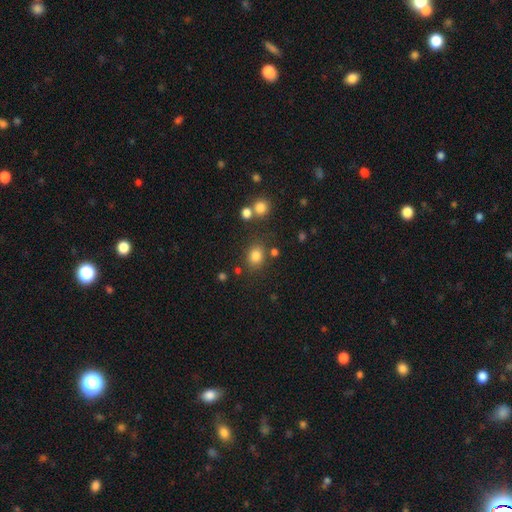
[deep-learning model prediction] Q: Smooth or featured?
A: smooth (81%); runner-up: star or artifact (13%)
Q: How rounded?
A: round (58%); runner-up: in between (41%)
Q: Merging?
A: none (76%); runner-up: minor disturbance (12%)